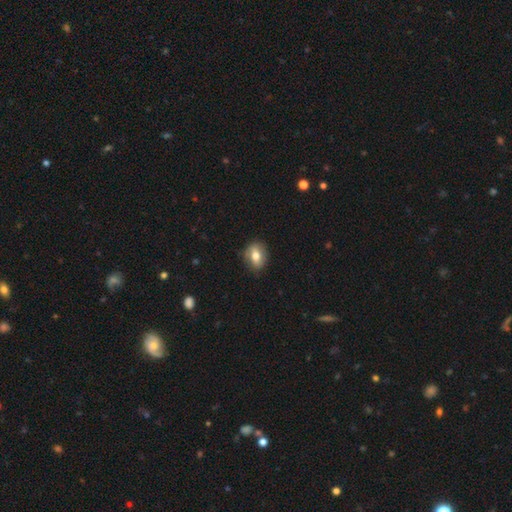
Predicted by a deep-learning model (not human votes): Smooth or featured?
  - smooth: 64% *
  - featured or disk: 28%
  - star or artifact: 8%
How rounded?
  - in between: 60% *
  - round: 38%
  - cigar-shaped: 2%
Merging?
  - none: 81% *
  - minor disturbance: 15%
  - major disturbance: 3%
  - merger: 1%